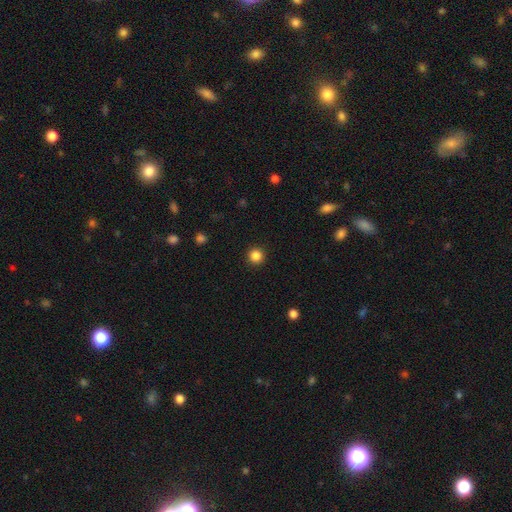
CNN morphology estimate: This appears to be a smooth galaxy with no disk features (85%) that is round (96%). Merging: none (93%).